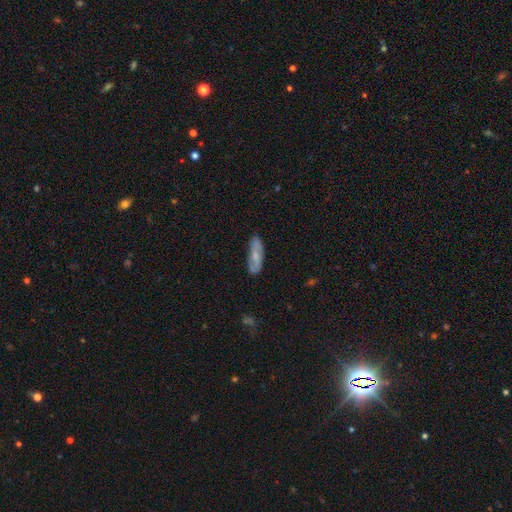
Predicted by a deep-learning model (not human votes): A smooth galaxy with no disk features (58%) that is in between round and cigar-shaped (52%). Merging: none (77%).